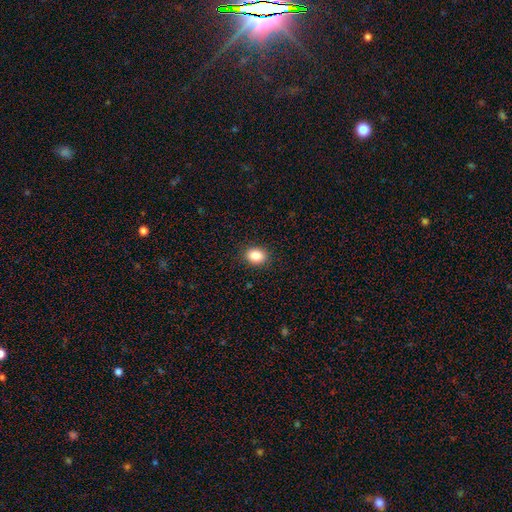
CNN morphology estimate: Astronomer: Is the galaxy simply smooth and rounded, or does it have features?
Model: smooth — 86%.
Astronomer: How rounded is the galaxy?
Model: in between — 56% (runner-up: round, 43%).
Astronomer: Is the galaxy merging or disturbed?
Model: none — 90%.